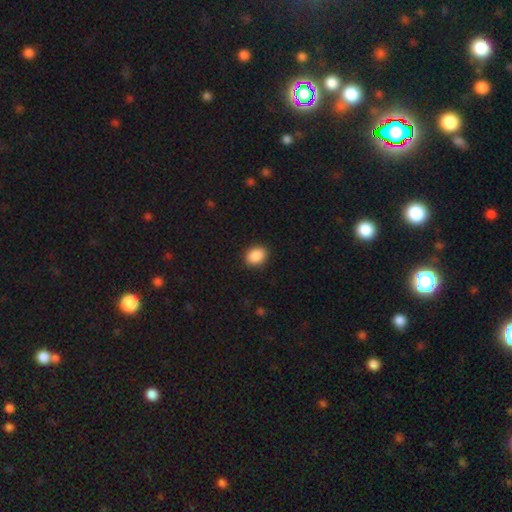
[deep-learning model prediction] The model was most divided on "how rounded": in between: 56%, round: 43%, cigar-shaped: 1%. More confident: smooth or featured — smooth (89%); merging — none (89%).